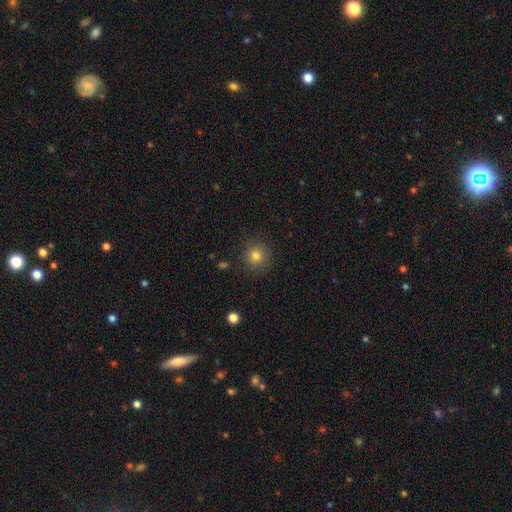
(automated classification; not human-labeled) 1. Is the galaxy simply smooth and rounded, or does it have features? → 80% smooth, 13% star or artifact, 7% featured or disk.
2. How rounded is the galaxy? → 93% round, 6% in between, 1% cigar-shaped.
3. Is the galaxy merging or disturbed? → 89% none, 7% minor disturbance, 3% major disturbance, 1% merger.